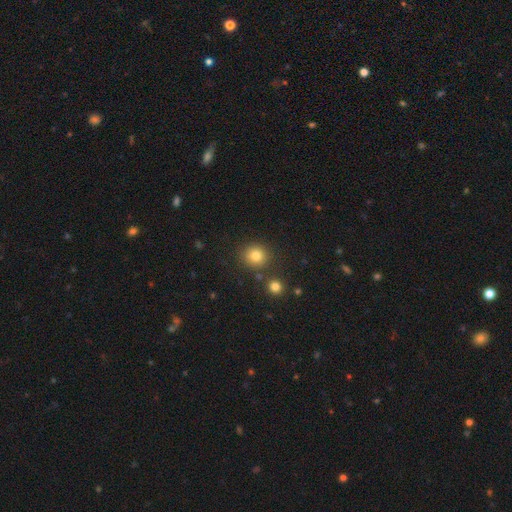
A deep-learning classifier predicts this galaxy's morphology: smooth 80%, star or artifact 13%, featured or disk 7%. Down the decision tree: how rounded — round (89%); merging — none (84%).